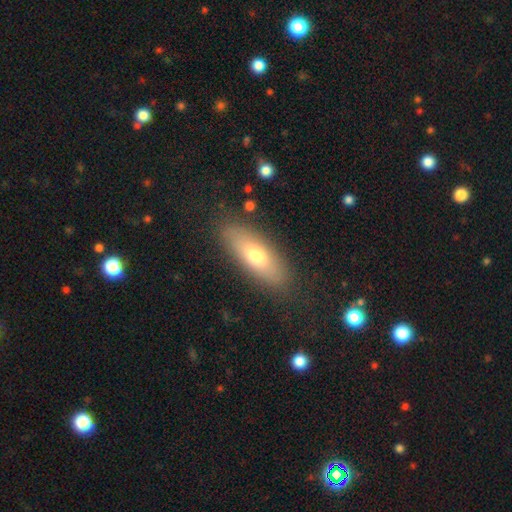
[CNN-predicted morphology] This appears to be a smooth galaxy with no disk features (67%) that is in between round and cigar-shaped (66%). Merging: none (84%).